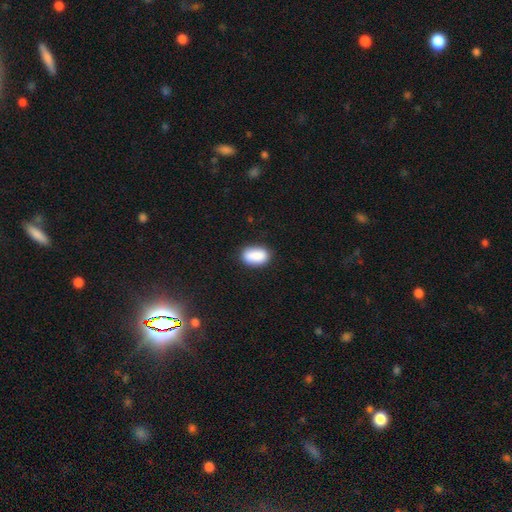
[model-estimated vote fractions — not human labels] Morphology: type=smooth (89%); roundness=in between (90%); merging=none (82%).